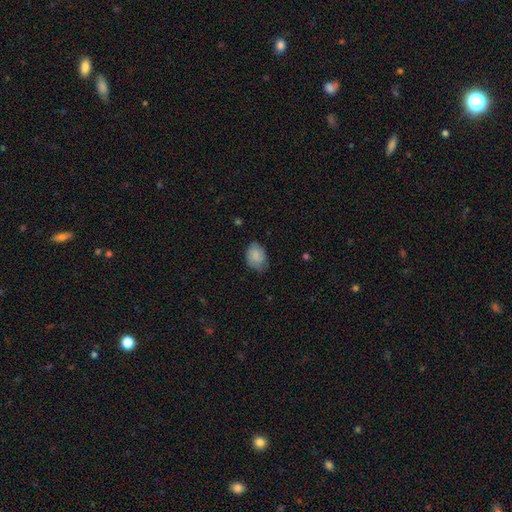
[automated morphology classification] Q: Smooth or featured?
A: smooth (82%); runner-up: featured or disk (11%)
Q: How rounded?
A: in between (72%); runner-up: round (27%)
Q: Merging?
A: none (63%); runner-up: minor disturbance (30%)